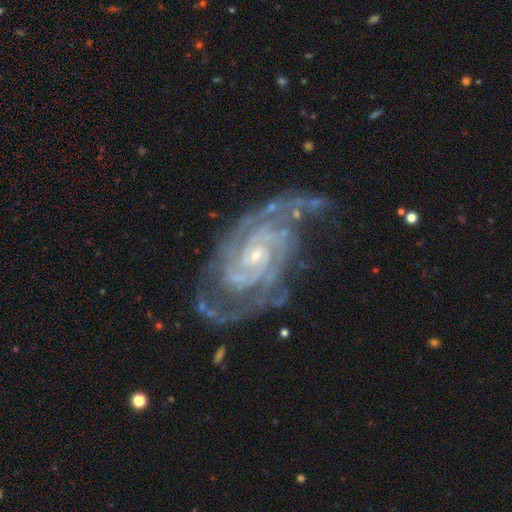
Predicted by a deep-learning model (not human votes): This appears to be a featured or disk galaxy (92%) with no bar (56%), 2 (54%) tight (63%) spiral arms (98%) and a small central bulge (78%). Merging: none (64%).